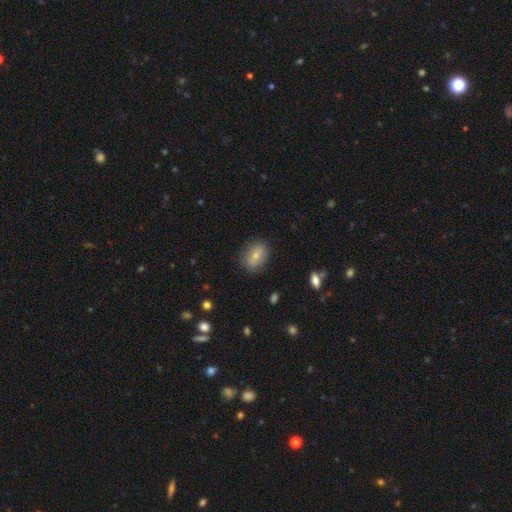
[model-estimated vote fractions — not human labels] Smooth or featured: smooth — 70% (featured or disk — 22%)
How rounded: in between — 75% (round — 23%)
Merging: none — 81% (minor disturbance — 14%)